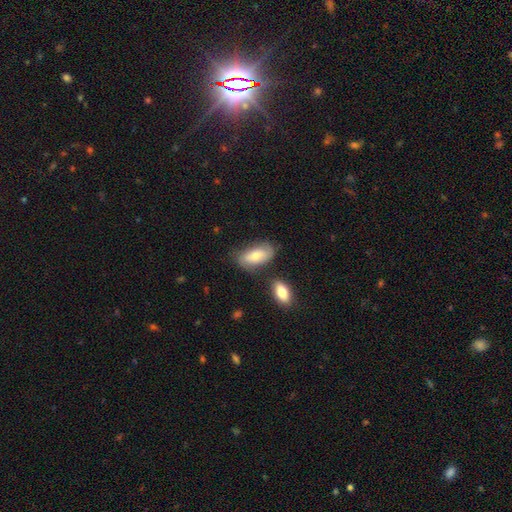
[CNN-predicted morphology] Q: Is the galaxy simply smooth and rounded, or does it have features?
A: smooth — 67%.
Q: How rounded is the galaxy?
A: in between — 90%.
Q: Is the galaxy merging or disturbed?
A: none — 63%.